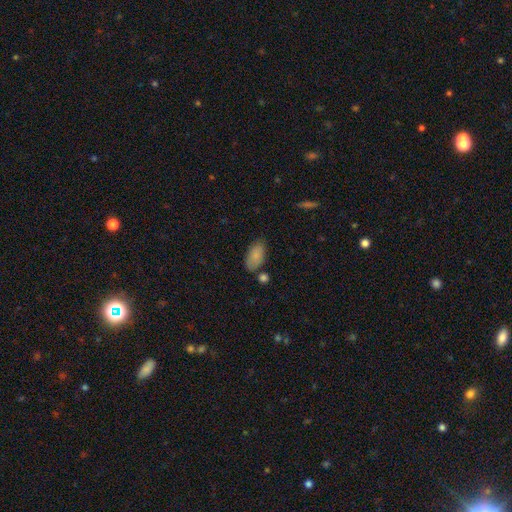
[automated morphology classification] This is clearly a smooth galaxy (85%). How rounded: clearly in between (94%). Merging: likely none (70%).